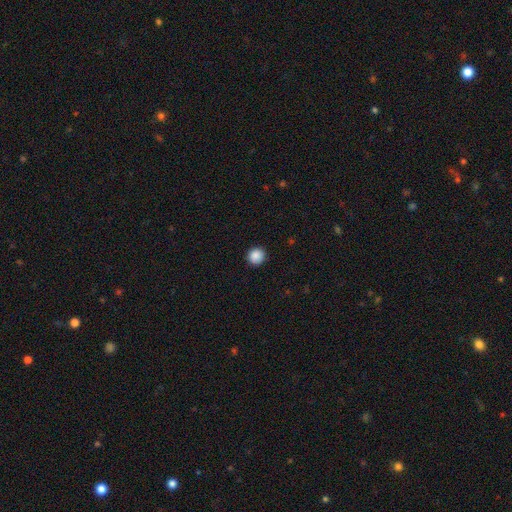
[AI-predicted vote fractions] Morphology: type=smooth (88%); roundness=round (93%); merging=none (91%).